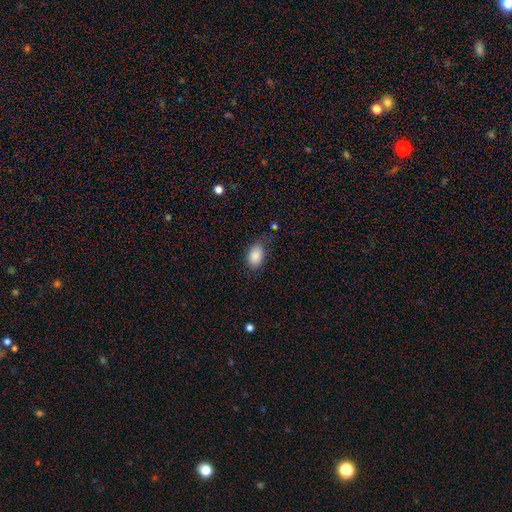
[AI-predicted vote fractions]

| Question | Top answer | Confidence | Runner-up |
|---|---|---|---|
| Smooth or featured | smooth | 88% | star or artifact (8%) |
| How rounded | in between | 88% | round (11%) |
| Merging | none | 71% | minor disturbance (21%) |